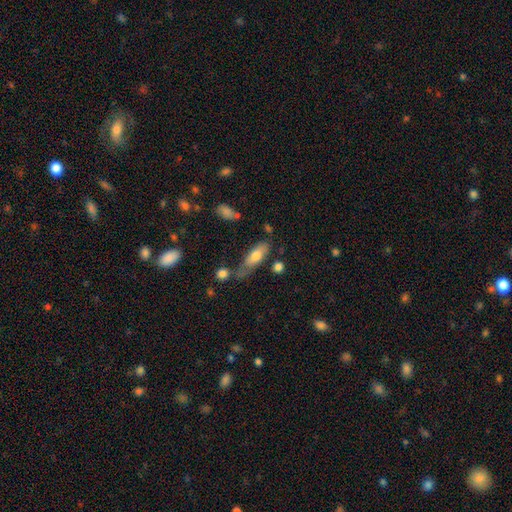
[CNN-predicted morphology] type=smooth (69%); roundness=in between (65%); merging=none (46%).